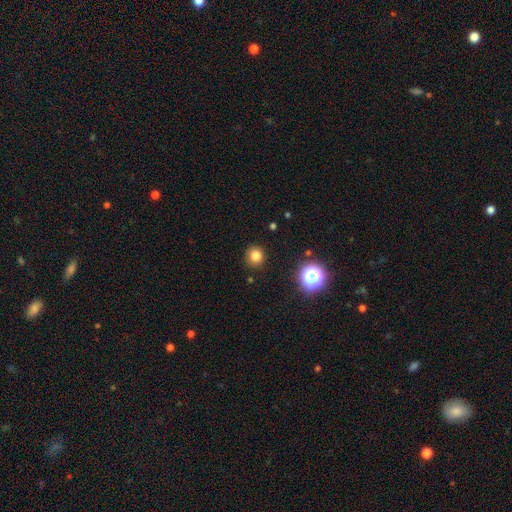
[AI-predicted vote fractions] Q: Smooth or featured?
A: smooth (80%); runner-up: star or artifact (14%)
Q: How rounded?
A: round (92%); runner-up: in between (7%)
Q: Merging?
A: none (90%); runner-up: minor disturbance (6%)